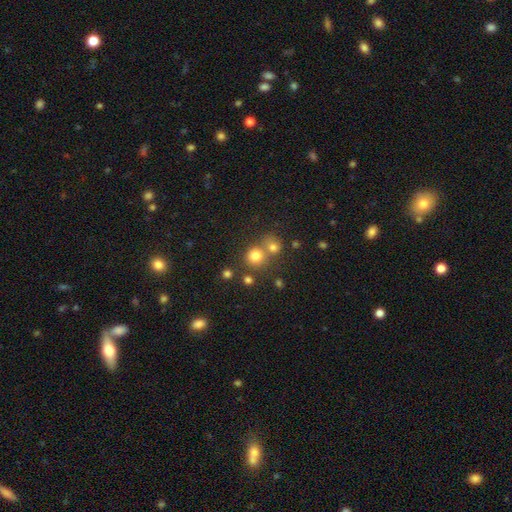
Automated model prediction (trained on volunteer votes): The model was most divided on "merging": none: 56%, merger: 33%, minor disturbance: 8%, major disturbance: 4%. More confident: how rounded — round (86%); smooth or featured — smooth (76%).